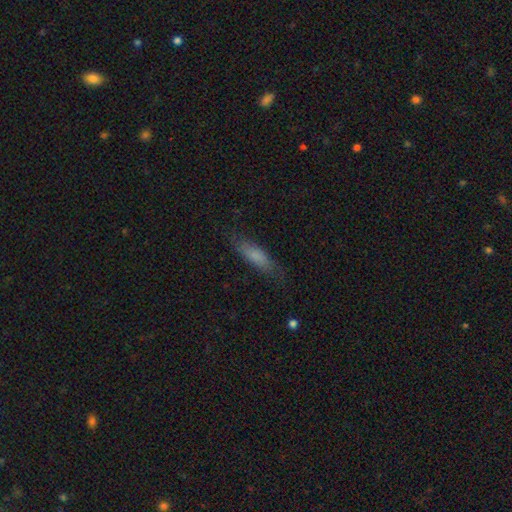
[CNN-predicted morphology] A smooth galaxy with no disk features (74%) that is cigar-shaped (58%). Merging: none (73%).